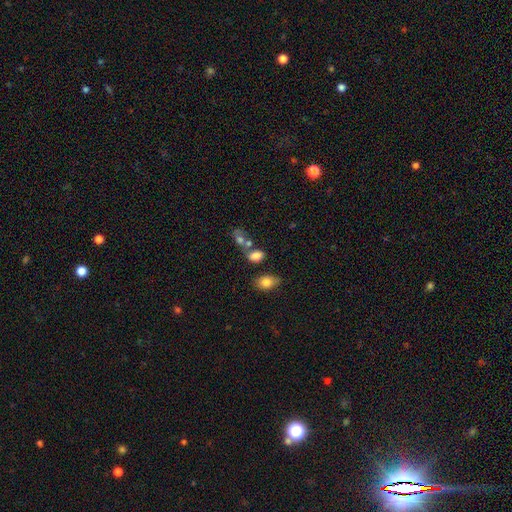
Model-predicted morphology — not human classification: smooth-or-featured: smooth: 77% | star or artifact: 12% | featured or disk: 11%
  how-rounded: in between: 80% | round: 18% | cigar-shaped: 2%
  merging: none: 47% | merger: 30% | minor disturbance: 16% | major disturbance: 7%